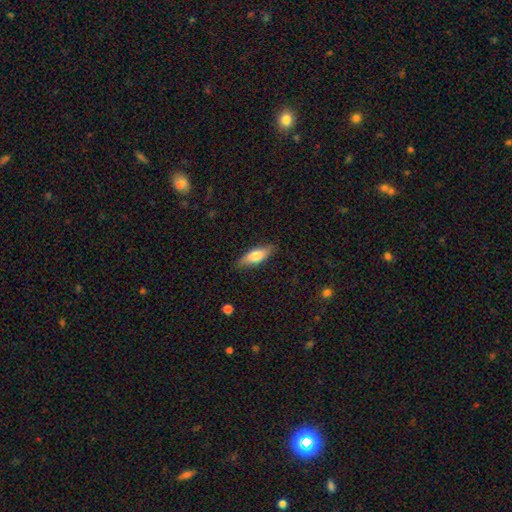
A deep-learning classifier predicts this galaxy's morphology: smooth_or_featured: smooth (p=0.69) [alt: featured or disk p=0.25]
how_rounded: in between (p=0.61) [alt: cigar-shaped p=0.37]
merging: none (p=0.83) [alt: minor disturbance p=0.13]